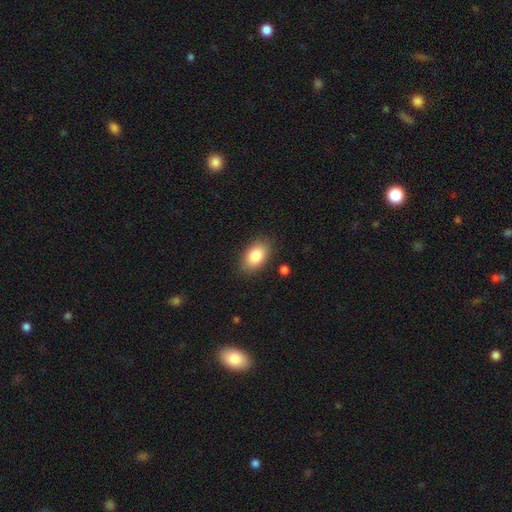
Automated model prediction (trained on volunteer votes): smooth_or_featured: smooth (p=0.84) [alt: featured or disk p=0.08]
how_rounded: in between (p=0.90) [alt: round p=0.08]
merging: none (p=0.85) [alt: minor disturbance p=0.11]